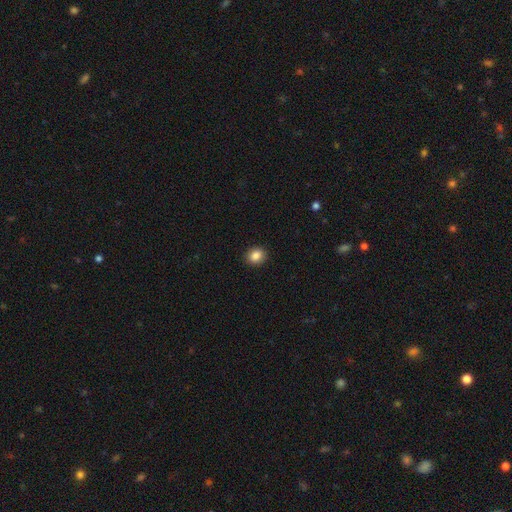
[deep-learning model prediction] This appears to be a smooth galaxy with no disk features (86%) that is round (67%). Merging: none (92%).